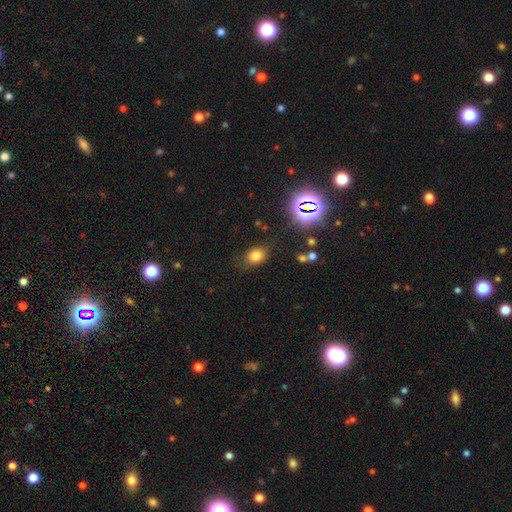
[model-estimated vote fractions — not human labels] The model was most divided on "how rounded": in between: 61%, round: 37%, cigar-shaped: 1%. More confident: smooth or featured — smooth (76%); merging — none (73%).